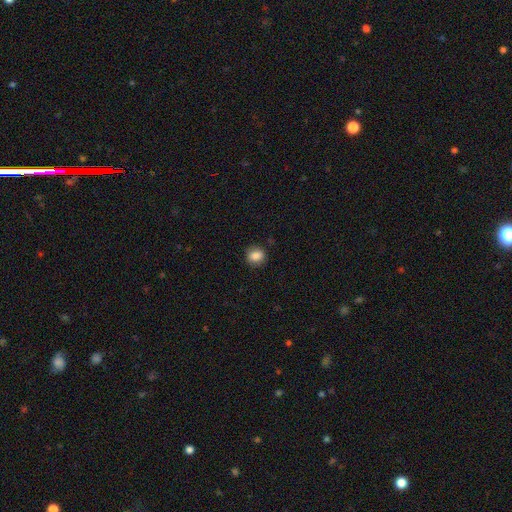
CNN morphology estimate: smooth-or-featured: smooth: 85% | star or artifact: 9% | featured or disk: 5%
  how-rounded: round: 75% | in between: 24% | cigar-shaped: 1%
  merging: none: 86% | minor disturbance: 10% | major disturbance: 3% | merger: 1%